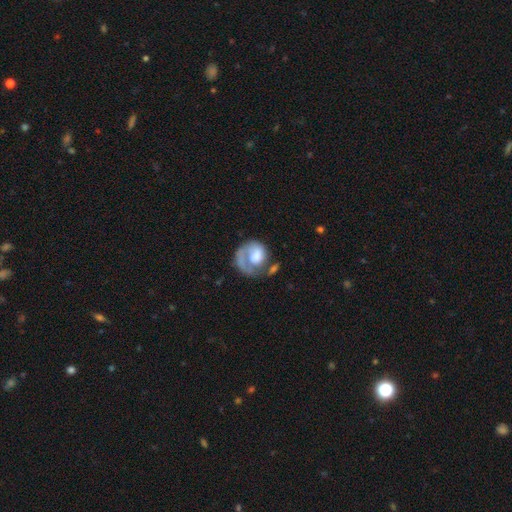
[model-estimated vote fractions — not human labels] Morphology: type=featured or disk (57%); edge-on=no (98%); bar=no (75%); spiral arms=yes (72%); bulge=large (38%); merging=none (44%).